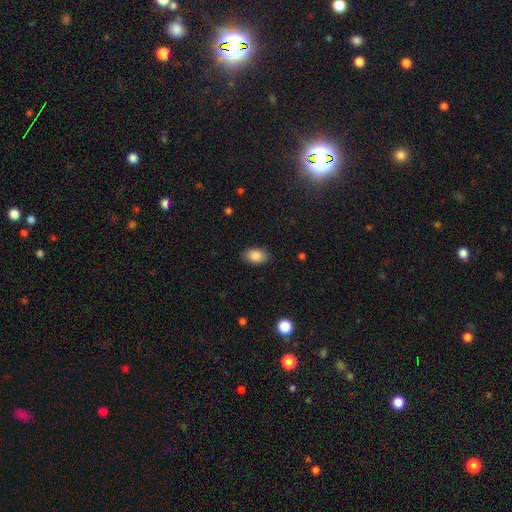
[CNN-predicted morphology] type=smooth (88%); roundness=in between (90%); merging=none (86%).